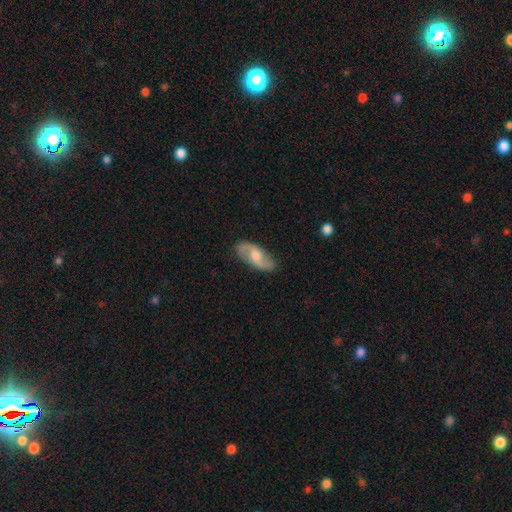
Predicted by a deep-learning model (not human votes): Smooth or featured? featured or disk (65%)
Edge-on disk? no (90%)
Bar? no (47%)
Spiral arms? yes (88%)
Spiral winding? loose (54%)
Spiral arm count? 2 (89%)
Bulge size? moderate (62%)
Merging? none (83%)